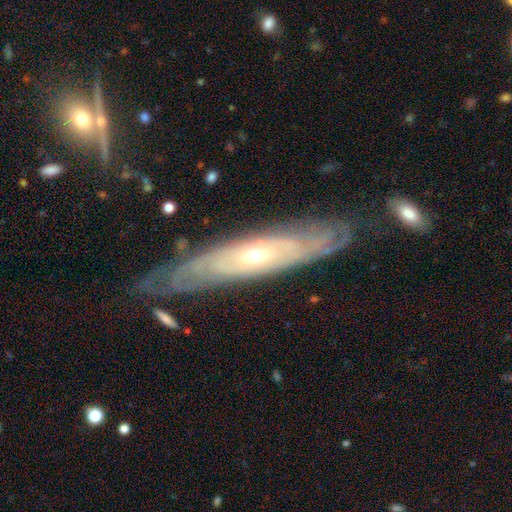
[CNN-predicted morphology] Overall: featured or disk (82%). Edge-on disk: no (67%; yes 33%). Bar: no (75%). Spiral arms: yes (83%). Bulge size: small (57%; moderate 40%). Merging: none (73%).